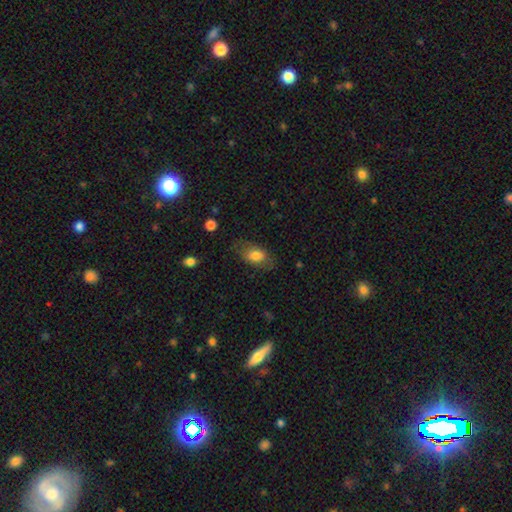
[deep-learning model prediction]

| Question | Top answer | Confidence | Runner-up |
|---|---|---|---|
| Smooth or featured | smooth | 76% | featured or disk (17%) |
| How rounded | in between | 88% | round (8%) |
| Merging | none | 69% | minor disturbance (20%) |